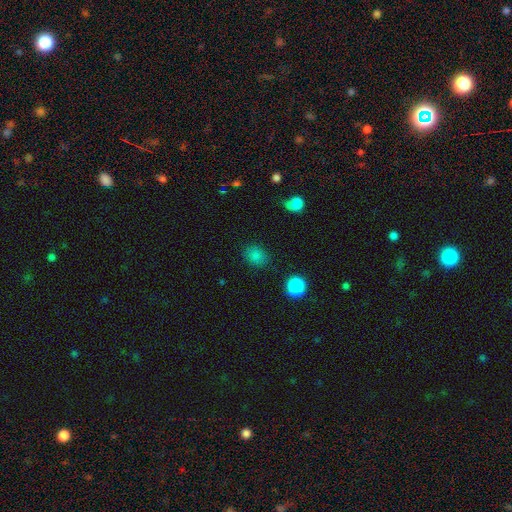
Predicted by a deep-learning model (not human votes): smooth_or_featured: smooth (p=0.81) [alt: star or artifact p=0.14]
how_rounded: round (p=0.59) [alt: in between p=0.40]
merging: none (p=0.83) [alt: minor disturbance p=0.11]